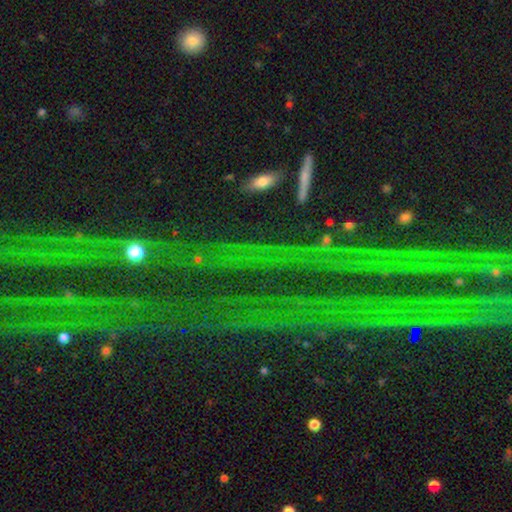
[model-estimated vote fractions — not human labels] star or artifact 59%, featured or disk 22%, smooth 19%.